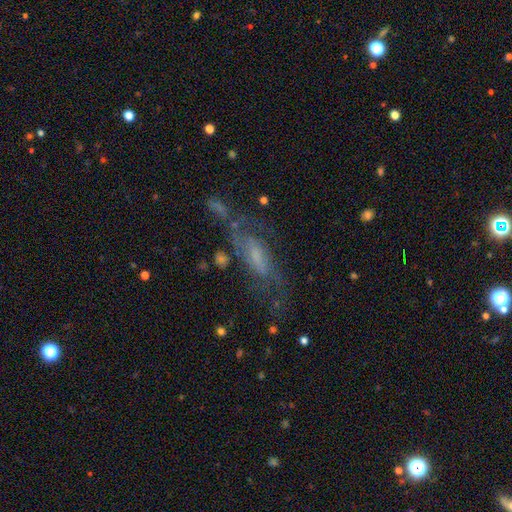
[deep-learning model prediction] Smooth or featured: featured or disk — 64% (smooth — 20%)
Edge-on disk: no — 82% (yes — 18%)
Bar: no — 47% (weak — 39%)
Spiral arms: yes — 78% (no — 22%)
Bulge size: small — 42% (moderate — 29%)
Merging: none — 54% (minor disturbance — 19%)